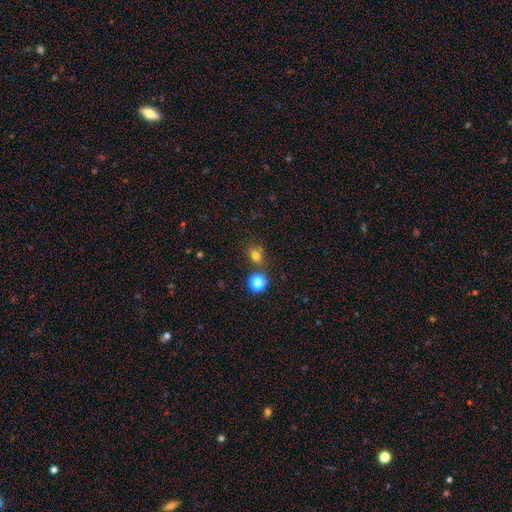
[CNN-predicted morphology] Smooth or featured? smooth (73%)
How rounded? round (66%)
Merging? none (72%)